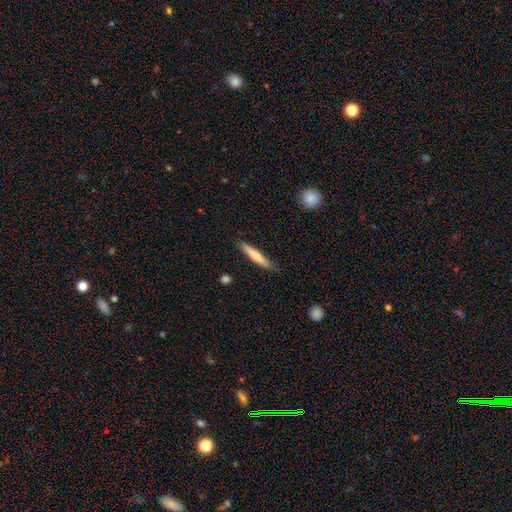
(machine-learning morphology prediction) Smooth or featured?
  - smooth: 70% *
  - featured or disk: 24%
  - star or artifact: 6%
How rounded?
  - cigar-shaped: 92% *
  - in between: 7%
  - round: 1%
Merging?
  - none: 85% *
  - minor disturbance: 12%
  - major disturbance: 2%
  - merger: 1%